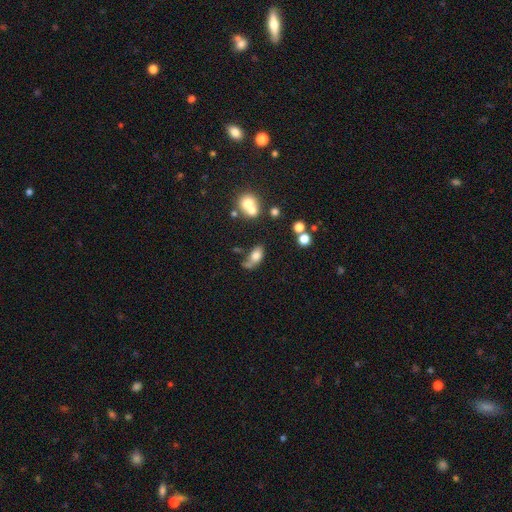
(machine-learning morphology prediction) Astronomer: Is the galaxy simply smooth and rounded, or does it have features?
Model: smooth — 73%.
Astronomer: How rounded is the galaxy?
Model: in between — 88%.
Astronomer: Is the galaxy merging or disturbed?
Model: none — 42% (runner-up: minor disturbance, 24%).